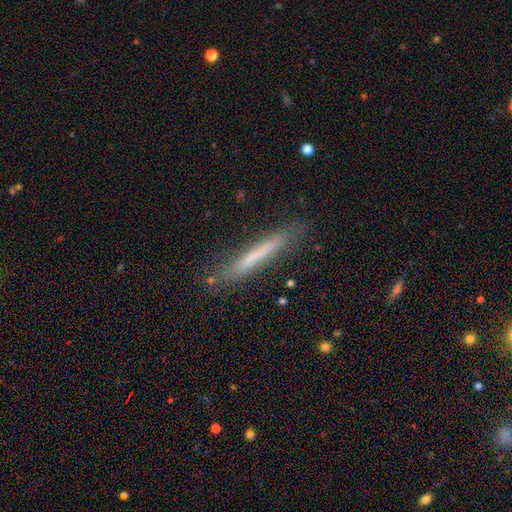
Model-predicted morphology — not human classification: type=smooth (58%); roundness=cigar-shaped (95%); merging=none (81%).